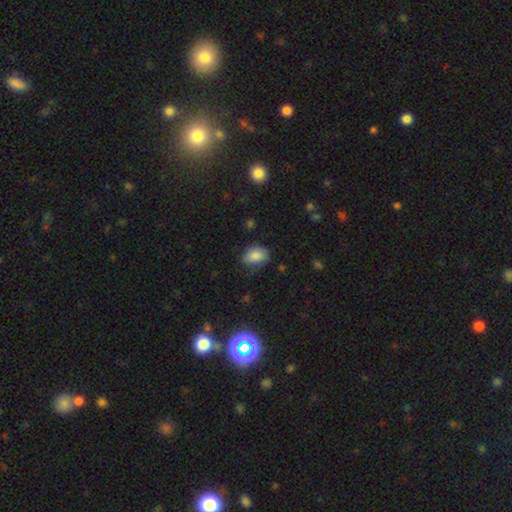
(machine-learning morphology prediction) Overall: smooth (84%). How rounded: in between (83%). Merging: none (71%).